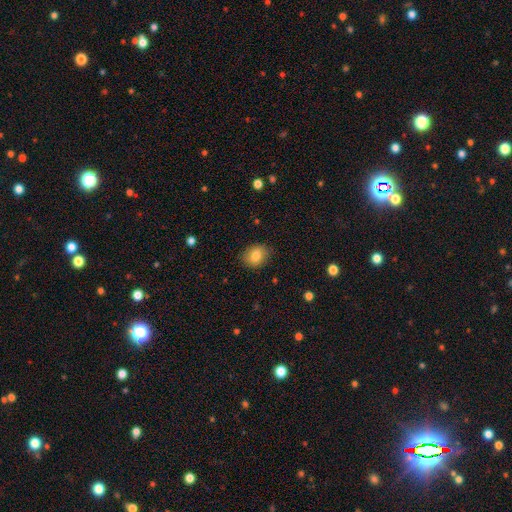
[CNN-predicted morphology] smooth_or_featured: smooth (p=0.82) [alt: featured or disk p=0.09]
how_rounded: round (p=0.55) [alt: in between p=0.44]
merging: none (p=0.85) [alt: minor disturbance p=0.11]